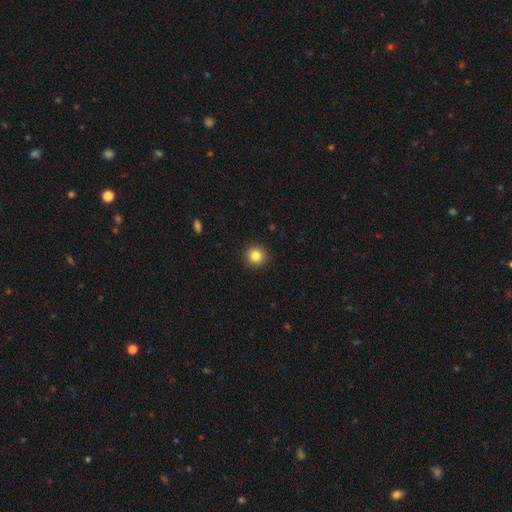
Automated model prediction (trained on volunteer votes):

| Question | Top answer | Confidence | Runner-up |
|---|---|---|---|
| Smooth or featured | smooth | 84% | star or artifact (11%) |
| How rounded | round | 95% | in between (4%) |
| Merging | none | 93% | minor disturbance (5%) |